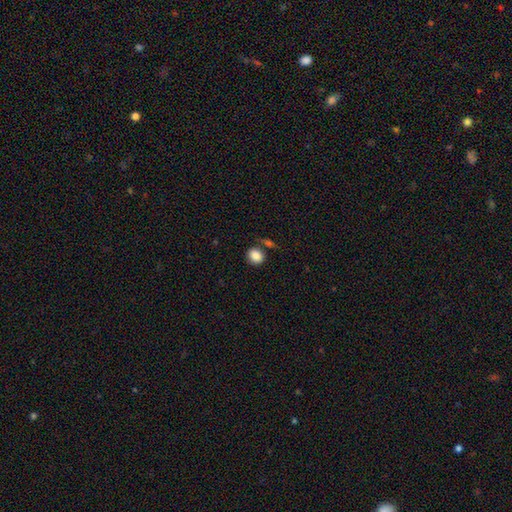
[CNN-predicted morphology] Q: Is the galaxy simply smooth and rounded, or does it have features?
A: smooth — 87%.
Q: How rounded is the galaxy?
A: round — 66%.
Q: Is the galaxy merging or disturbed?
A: none — 71%.